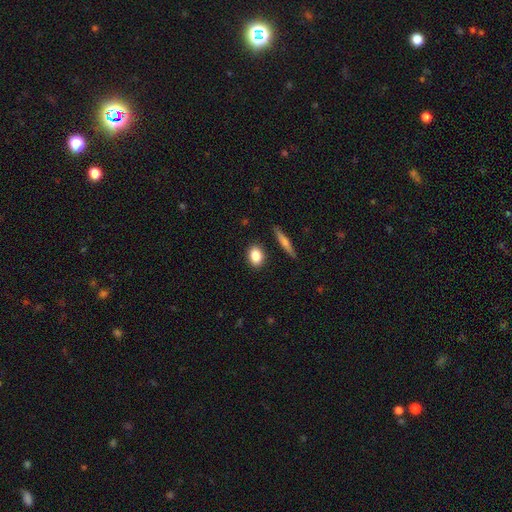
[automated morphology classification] smooth_or_featured: smooth (p=0.84) [alt: featured or disk p=0.09]
how_rounded: in between (p=0.62) [alt: round p=0.34]
merging: none (p=0.88) [alt: minor disturbance p=0.08]